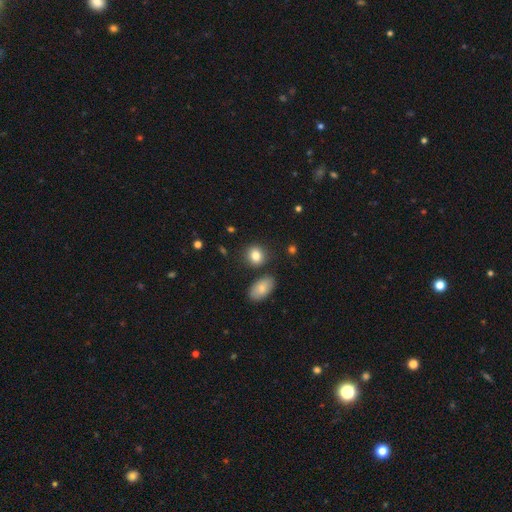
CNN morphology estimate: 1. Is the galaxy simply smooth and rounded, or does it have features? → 84% smooth, 9% star or artifact, 7% featured or disk.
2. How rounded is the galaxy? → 67% round, 31% in between, 2% cigar-shaped.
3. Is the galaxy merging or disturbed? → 80% none, 10% minor disturbance, 6% merger, 3% major disturbance.